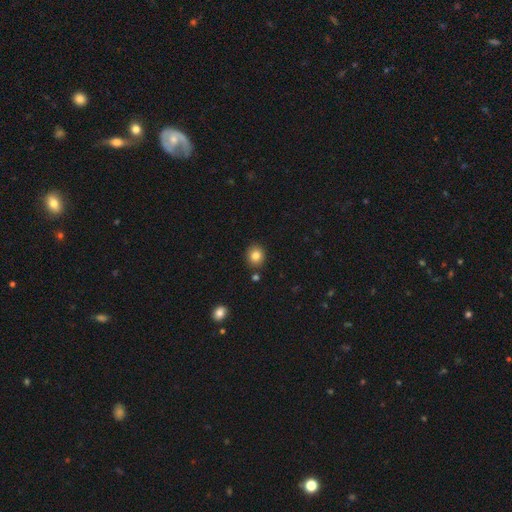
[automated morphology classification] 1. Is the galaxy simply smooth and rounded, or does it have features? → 83% smooth, 10% star or artifact, 6% featured or disk.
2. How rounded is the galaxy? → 77% round, 22% in between, 1% cigar-shaped.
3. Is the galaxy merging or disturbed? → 86% none, 8% minor disturbance, 4% merger, 2% major disturbance.